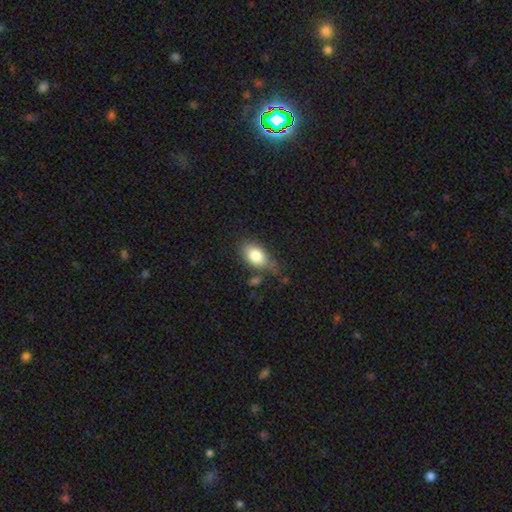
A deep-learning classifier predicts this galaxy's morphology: Smooth or featured? smooth (81%)
How rounded? in between (86%)
Merging? none (62%)